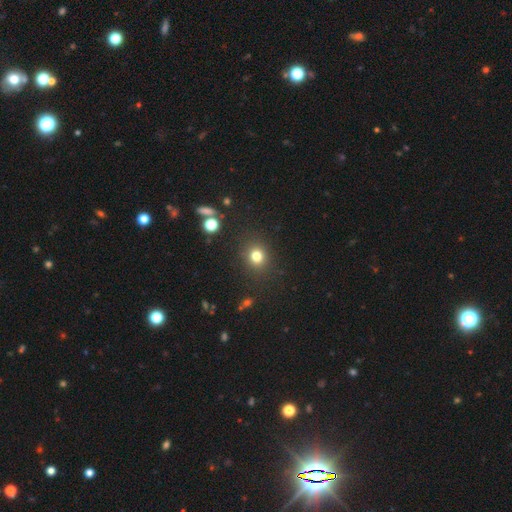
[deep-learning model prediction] Smooth or featured? Predicted: smooth (p=0.79). How rounded? Predicted: round (p=0.77). Merging? Predicted: none (p=0.86).